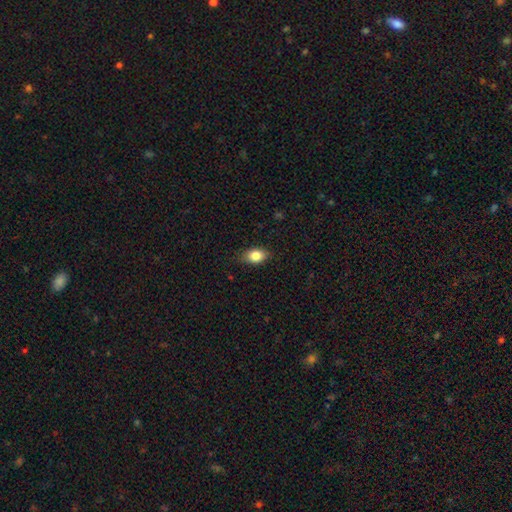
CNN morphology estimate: This appears to be a smooth galaxy with no disk features (84%) that is in between round and cigar-shaped (80%). Merging: none (82%).